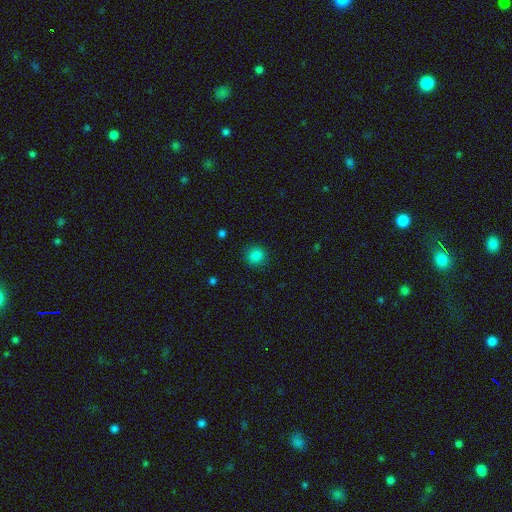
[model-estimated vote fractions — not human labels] Smooth or featured? smooth (84%)
How rounded? round (89%)
Merging? none (90%)